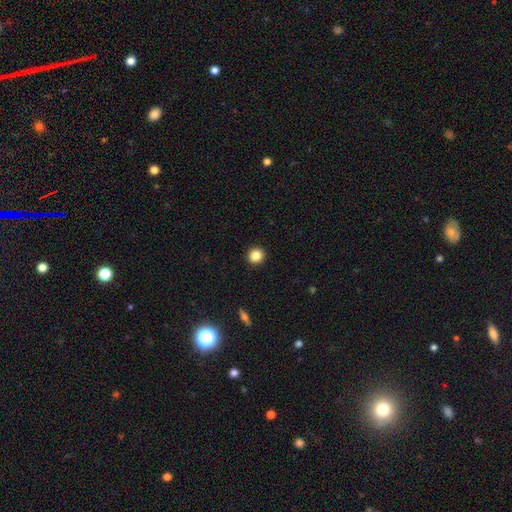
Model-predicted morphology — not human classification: Overall: smooth (85%). How rounded: round (92%). Merging: none (93%).